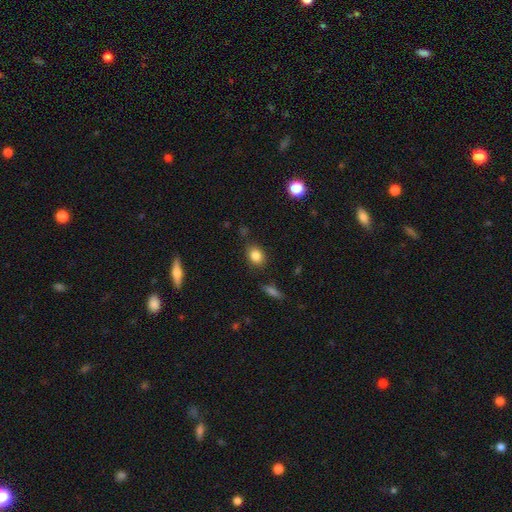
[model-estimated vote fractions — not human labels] smooth_or_featured: smooth (p=0.84) [alt: star or artifact p=0.10]
how_rounded: in between (p=0.59) [alt: round p=0.40]
merging: none (p=0.80) [alt: minor disturbance p=0.13]